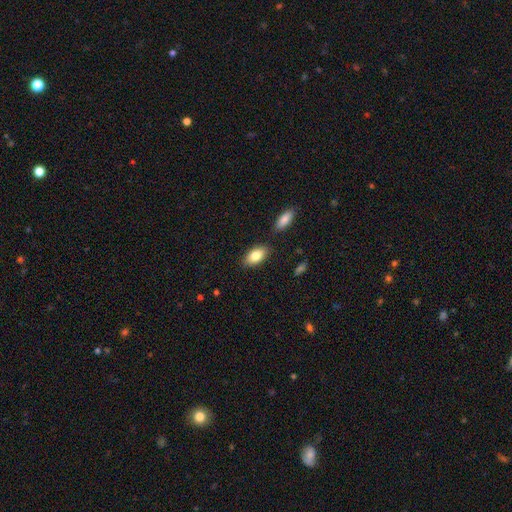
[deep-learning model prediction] smooth 83%, featured or disk 11%, star or artifact 7%. Down the decision tree: how rounded — in between (92%); merging — none (83%).